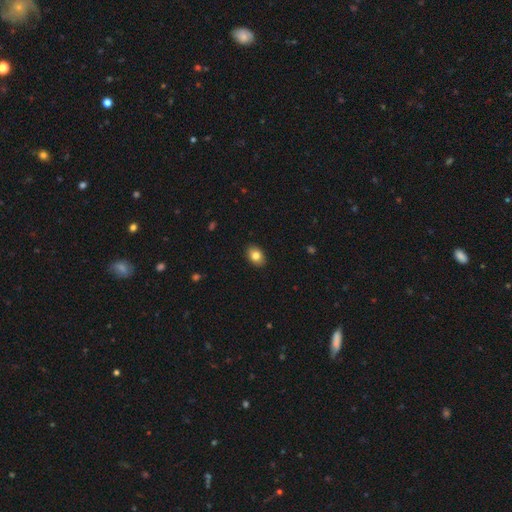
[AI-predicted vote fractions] This is clearly a smooth galaxy (81%). How rounded: likely in between (80%). Merging: clearly none (89%).